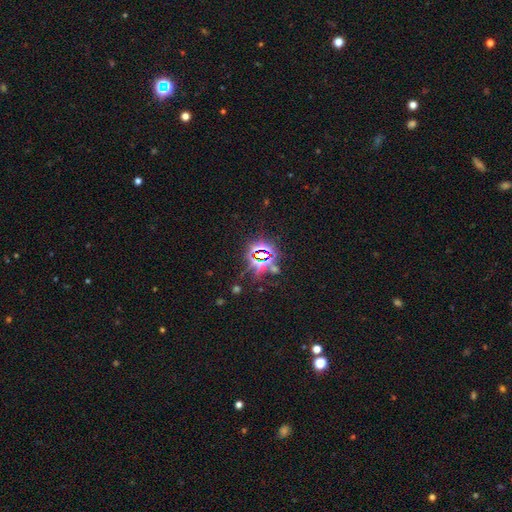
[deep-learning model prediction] Smooth or featured? star or artifact (78%)